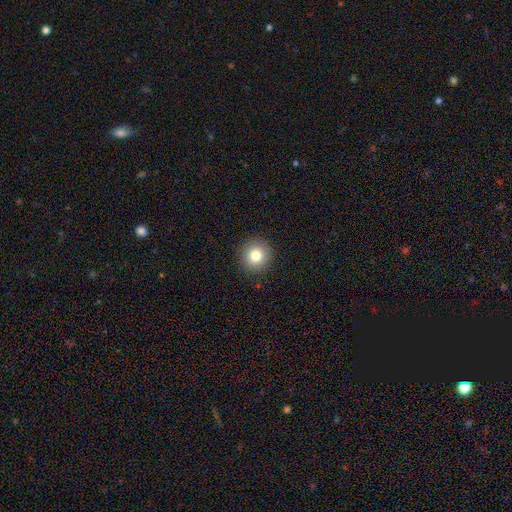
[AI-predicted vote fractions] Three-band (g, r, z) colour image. It shows a smooth galaxy with no disk features (80%) that is round (94%). Merging: none (91%).